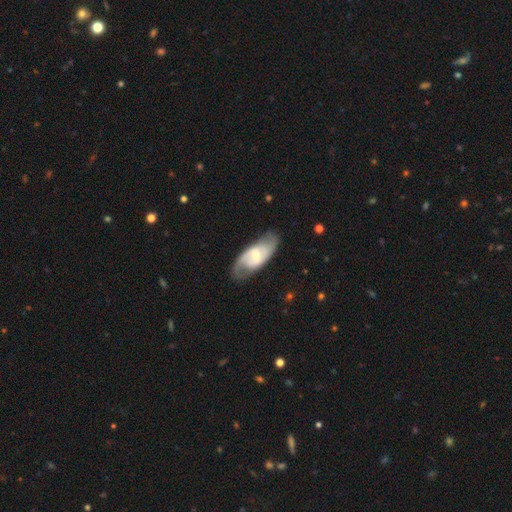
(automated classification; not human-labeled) Smooth or featured? featured or disk (75%)
Edge-on disk? no (93%)
Bar? weak (53%)
Spiral arms? yes (89%)
Spiral winding? medium (48%)
Spiral arm count? 2 (84%)
Bulge size? small (43%)
Merging? none (75%)